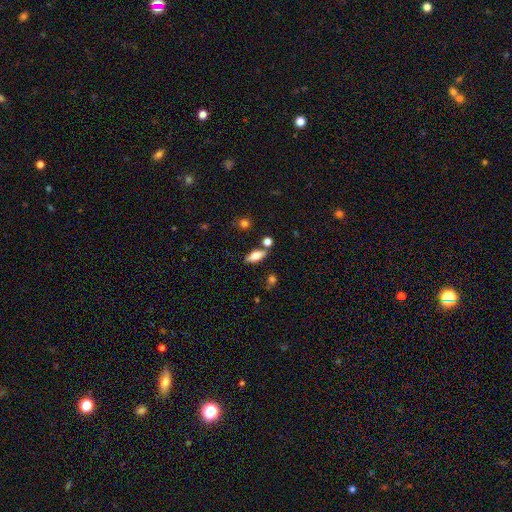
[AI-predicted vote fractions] smooth_or_featured: smooth (p=0.69) [alt: featured or disk p=0.23]
how_rounded: in between (p=0.73) [alt: cigar-shaped p=0.24]
merging: none (p=0.75) [alt: minor disturbance p=0.12]